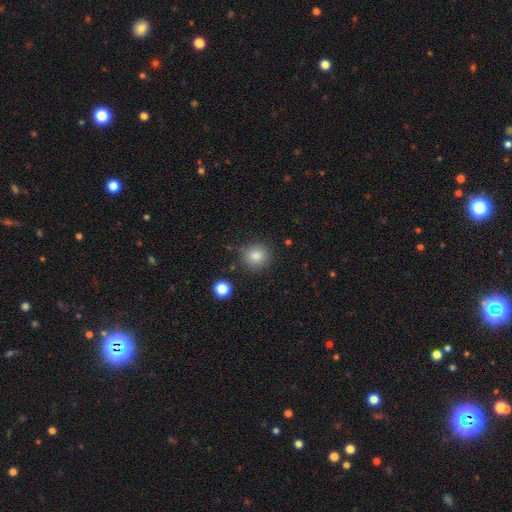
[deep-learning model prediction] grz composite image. It shows a smooth galaxy with no disk features (84%) that is round (88%). Merging: none (84%).